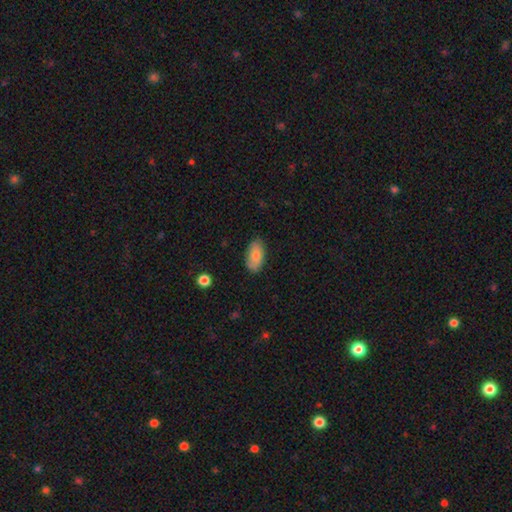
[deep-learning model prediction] Smooth or featured?
  - smooth: 81% *
  - featured or disk: 13%
  - star or artifact: 7%
How rounded?
  - in between: 94% *
  - round: 3%
  - cigar-shaped: 3%
Merging?
  - none: 83% *
  - minor disturbance: 13%
  - major disturbance: 2%
  - merger: 1%